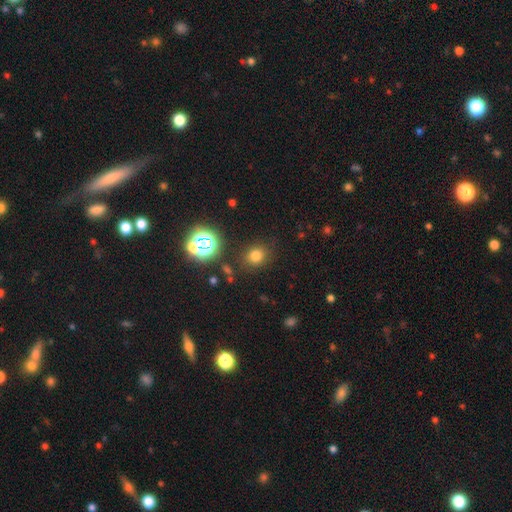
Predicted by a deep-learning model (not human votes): smooth 72%, star or artifact 21%, featured or disk 7%. Down the decision tree: how rounded — round (70%); merging — none (83%).